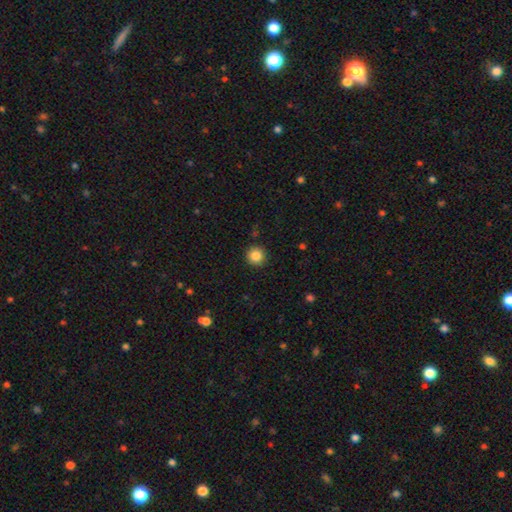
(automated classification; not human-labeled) smooth 85%, star or artifact 10%, featured or disk 4%. Down the decision tree: how rounded — round (95%); merging — none (91%).